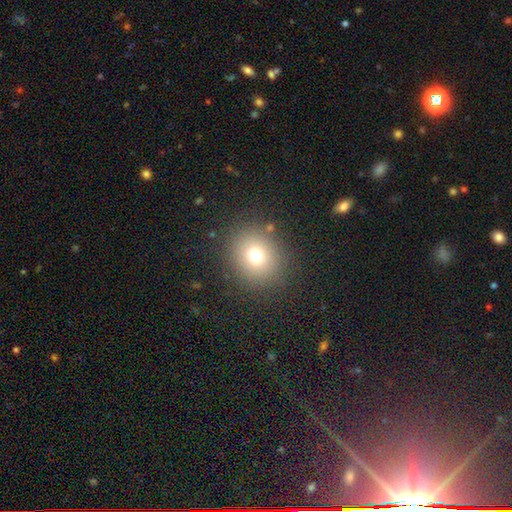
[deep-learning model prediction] smooth 73%, star or artifact 16%, featured or disk 11%. Down the decision tree: how rounded — round (82%); merging — none (86%).